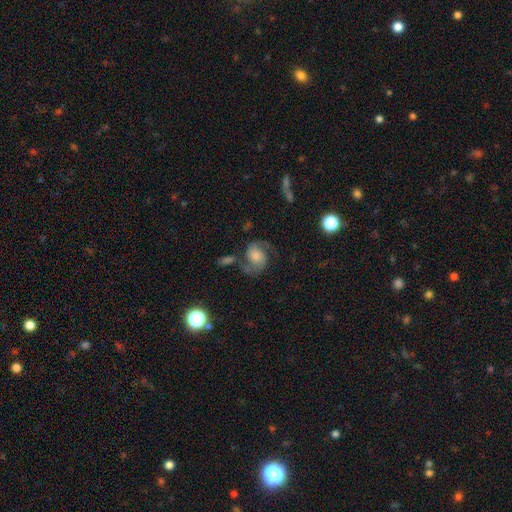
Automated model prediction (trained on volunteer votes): Smooth or featured? featured or disk (79%)
Edge-on disk? no (98%)
Bar? no (67%)
Spiral arms? yes (96%)
Spiral winding? medium (53%)
Spiral arm count? 2 (92%)
Bulge size? moderate (35%)
Merging? none (64%)